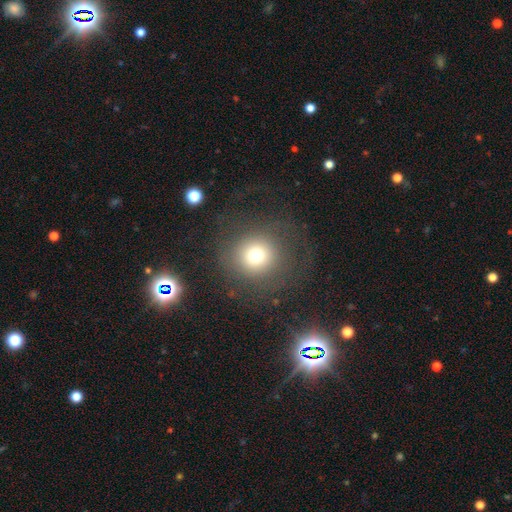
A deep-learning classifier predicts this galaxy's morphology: smooth-or-featured: smooth: 68% | featured or disk: 16% | star or artifact: 15%
  how-rounded: round: 90% | in between: 9% | cigar-shaped: 1%
  merging: none: 71% | major disturbance: 16% | minor disturbance: 12% | merger: 2%